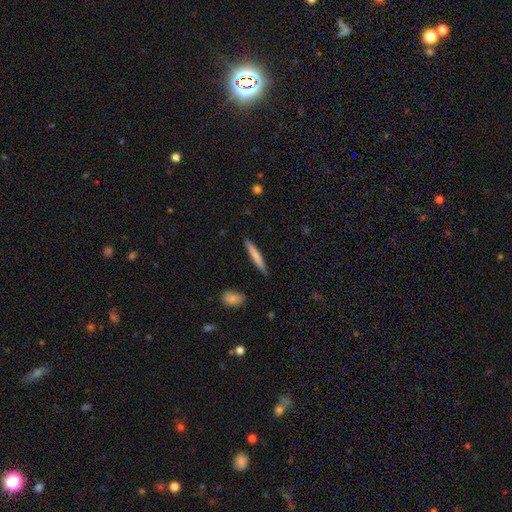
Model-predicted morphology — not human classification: smooth_or_featured: smooth (p=0.72) [alt: featured or disk p=0.22]
how_rounded: cigar-shaped (p=0.94) [alt: in between p=0.04]
merging: none (p=0.86) [alt: minor disturbance p=0.10]